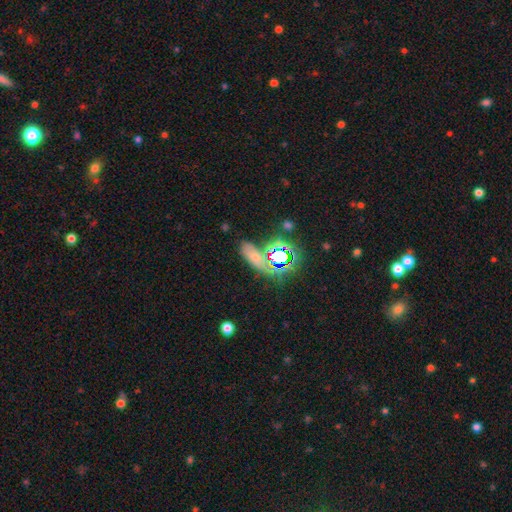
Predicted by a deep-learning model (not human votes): The model was most divided on "smooth or featured": smooth: 53%, star or artifact: 31%, featured or disk: 16%. More confident: merging — none (69%); how rounded — in between (60%).